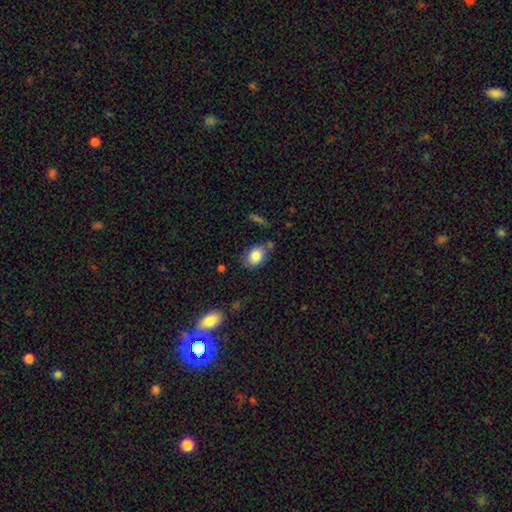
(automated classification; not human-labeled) Smooth or featured? Predicted: smooth (p=0.83). How rounded? Predicted: in between (p=0.77). Merging? Predicted: none (p=0.70).